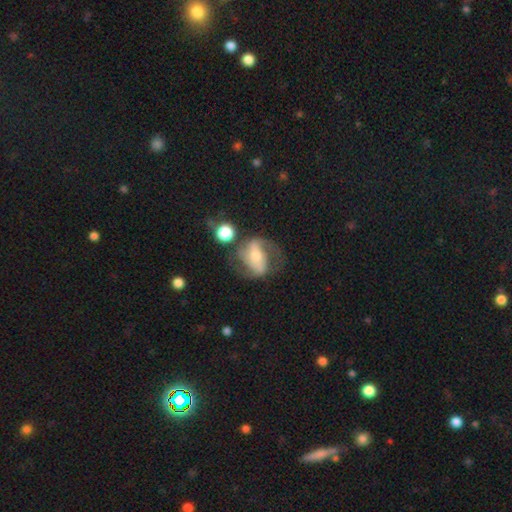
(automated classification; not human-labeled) smooth_or_featured: featured or disk (p=0.73) [alt: smooth p=0.20]
disk_edge_on: no (p=0.96) [alt: yes p=0.04]
bar: strong (p=0.44) [alt: weak p=0.30]
has_spiral_arms: yes (p=0.88) [alt: no p=0.12]
spiral_winding: medium (p=0.45) [alt: loose p=0.36]
spiral_arm_count: 2 (p=0.82) [alt: can't tell p=0.08]
bulge_size: small (p=0.48) [alt: moderate p=0.41]
merging: none (p=0.53) [alt: major disturbance p=0.20]